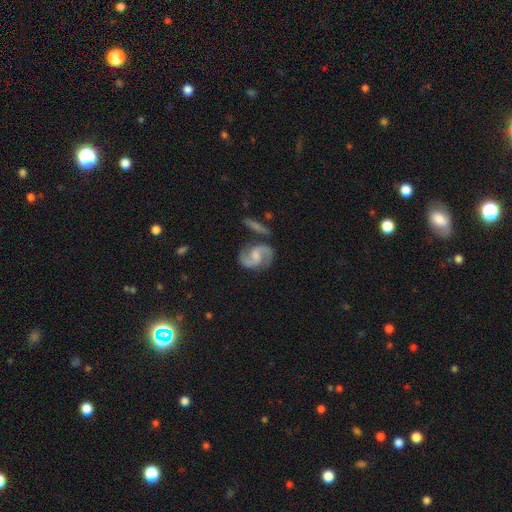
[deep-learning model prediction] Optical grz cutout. It shows a featured or disk galaxy (86%) with a weak bar (51%), 2 (93%) medium (58%) spiral arms (97%) and a moderate central bulge (38%). Merging: none (71%).